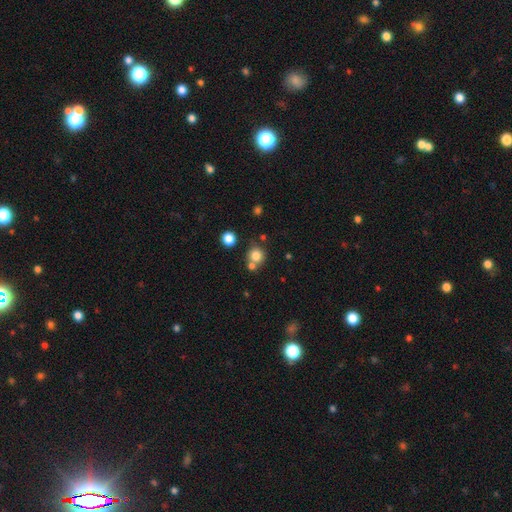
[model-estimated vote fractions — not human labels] Morphology: type=smooth (79%); roundness=round (89%); merging=none (60%).